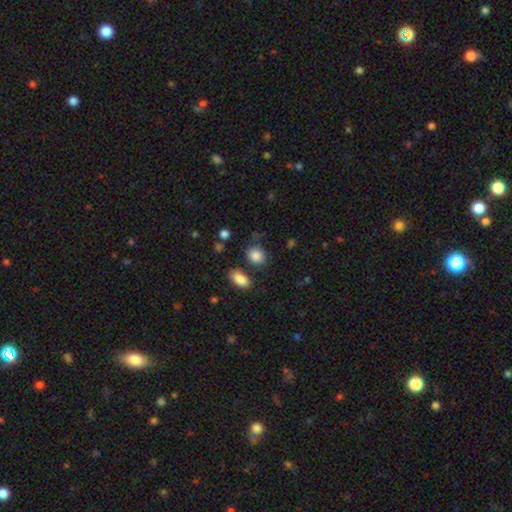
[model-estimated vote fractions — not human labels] smooth 87%, star or artifact 9%, featured or disk 5%. Down the decision tree: how rounded — round (56%); merging — none (73%).